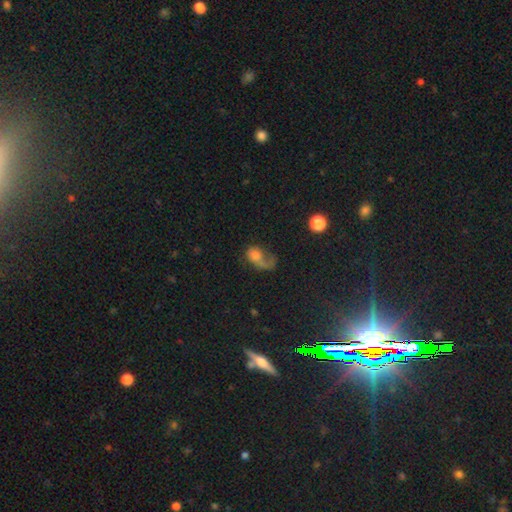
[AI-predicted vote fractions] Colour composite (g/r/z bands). It shows a smooth galaxy with no disk features (48%). Merging: major disturbance (50%).